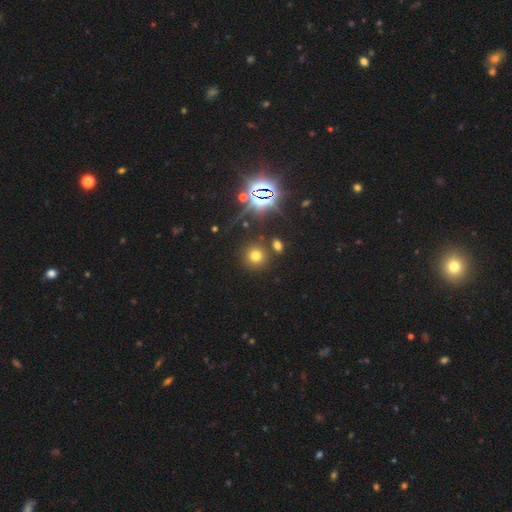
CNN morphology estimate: smooth 64%, star or artifact 28%, featured or disk 8%. Down the decision tree: how rounded — round (92%); merging — none (83%).